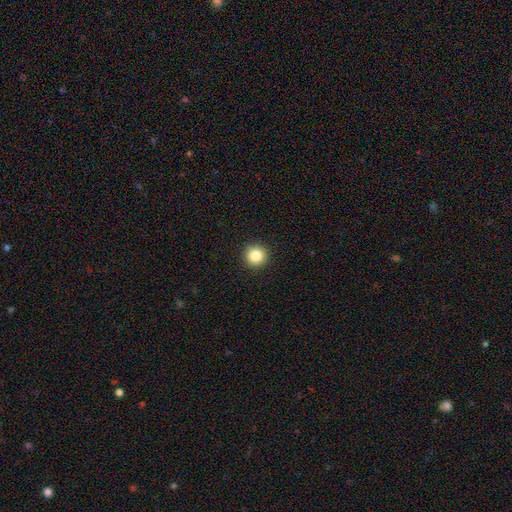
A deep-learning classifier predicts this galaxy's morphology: Smooth or featured: smooth — 85% (star or artifact — 10%)
How rounded: round — 95% (in between — 4%)
Merging: none — 93% (minor disturbance — 5%)